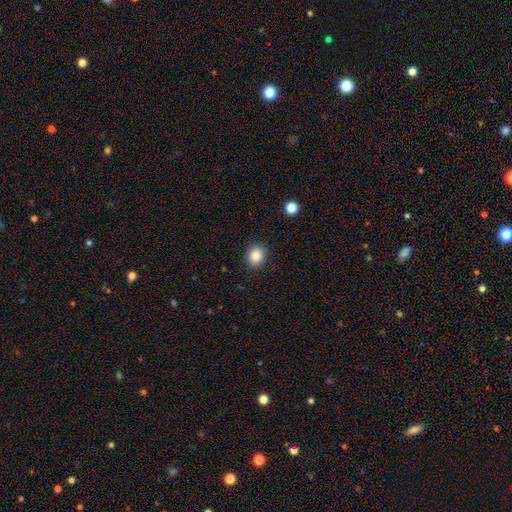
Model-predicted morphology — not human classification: Overall: smooth (86%). How rounded: round (73%). Merging: none (89%).